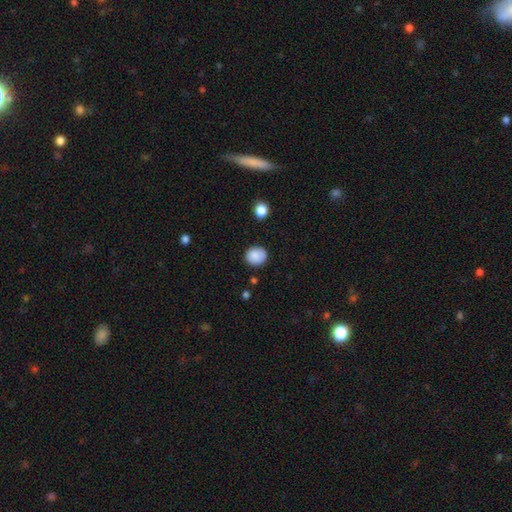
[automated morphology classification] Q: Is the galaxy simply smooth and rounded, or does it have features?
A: smooth — 84%.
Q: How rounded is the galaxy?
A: round — 78%.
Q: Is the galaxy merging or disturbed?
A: none — 82%.